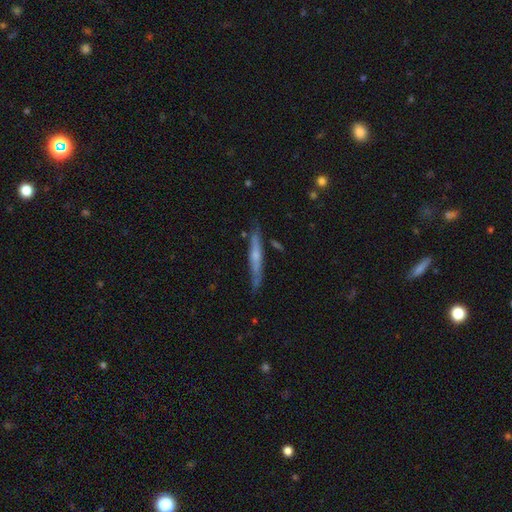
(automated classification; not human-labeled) smooth-or-featured: featured or disk: 56% | smooth: 38% | star or artifact: 6%
  disk-edge-on: yes: 91% | no: 9%
    edge-on-bulge: rounded: 48% | none: 46% | boxy: 7%
  merging: none: 80% | minor disturbance: 15% | major disturbance: 3% | merger: 2%